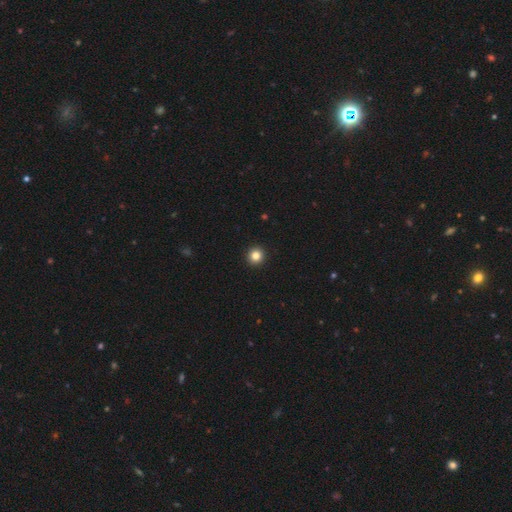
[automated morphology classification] A smooth galaxy with no disk features (83%) that is round (94%).

Vote fractions:
- Smooth or featured? smooth: 83% / star or artifact: 11% / featured or disk: 5%
- How rounded? round: 94% / in between: 5% / cigar-shaped: 1%
- Merging? none: 94% / minor disturbance: 4% / major disturbance: 1% / merger: 1%